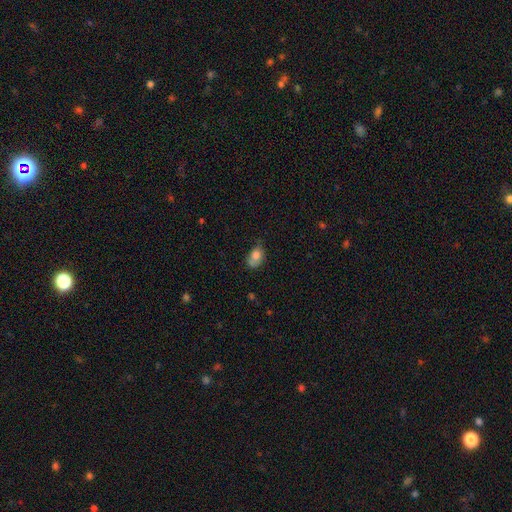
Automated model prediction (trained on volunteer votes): Smooth or featured?
  - smooth: 76% *
  - featured or disk: 15%
  - star or artifact: 9%
How rounded?
  - in between: 77% *
  - round: 21%
  - cigar-shaped: 2%
Merging?
  - none: 40% *
  - minor disturbance: 36%
  - major disturbance: 16%
  - merger: 8%